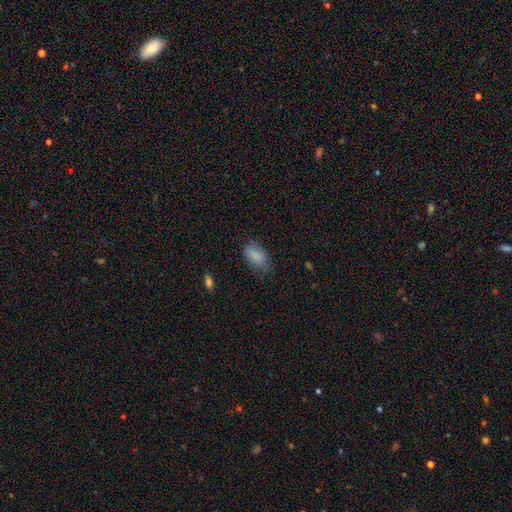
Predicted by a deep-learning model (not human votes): smooth 84%, featured or disk 8%, star or artifact 8%. Down the decision tree: how rounded — in between (91%); merging — none (64%).